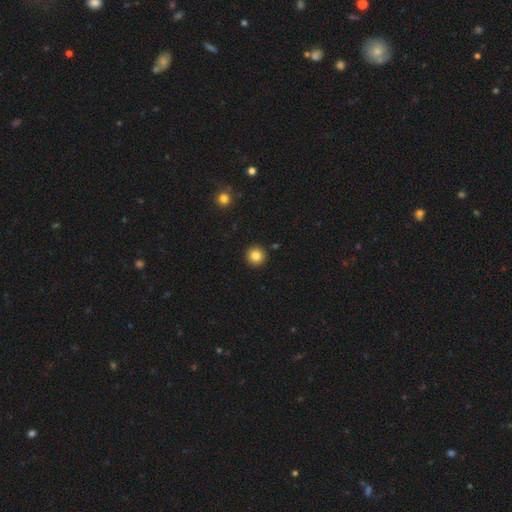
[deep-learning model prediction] Smooth or featured: smooth — 83% (star or artifact — 10%)
How rounded: round — 95% (in between — 4%)
Merging: none — 93% (minor disturbance — 4%)